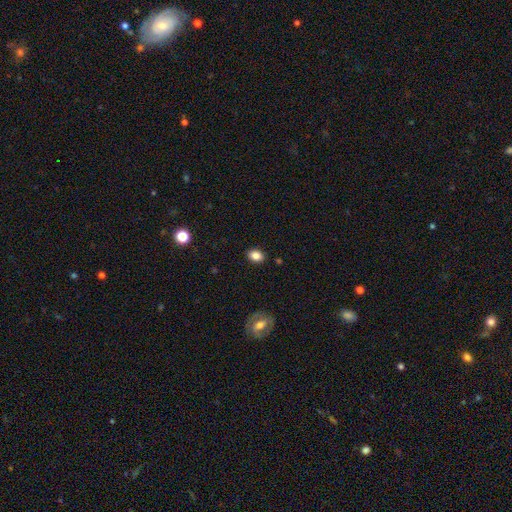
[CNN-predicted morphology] Smooth or featured? Predicted: smooth (p=0.84). How rounded? Predicted: in between (p=0.74). Merging? Predicted: none (p=0.87).